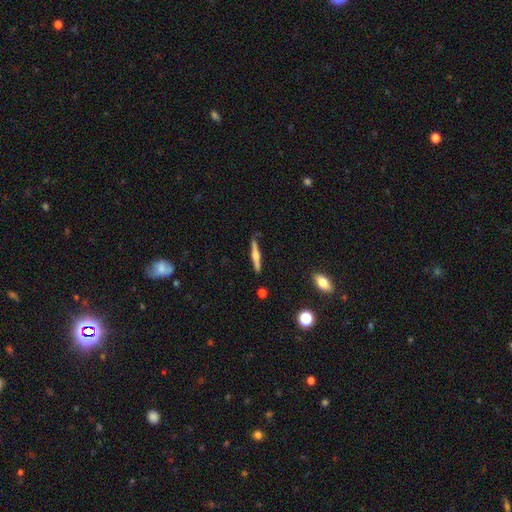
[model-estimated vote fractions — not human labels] A featured or disk galaxy (57%) viewed edge-on (96%) with a rounded central bulge (75%). Merging: none (83%).